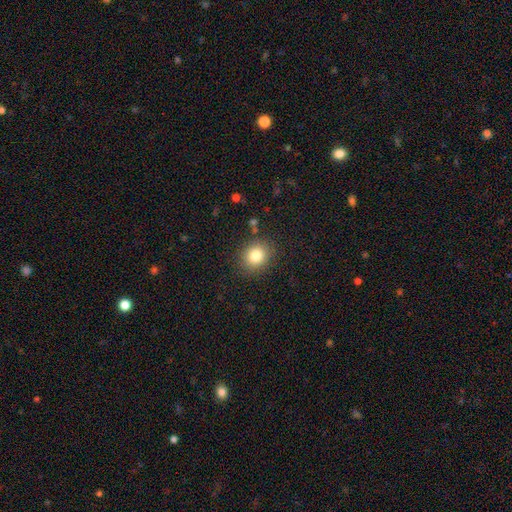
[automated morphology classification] smooth-or-featured: smooth: 81% | star or artifact: 11% | featured or disk: 8%
  how-rounded: round: 68% | in between: 31% | cigar-shaped: 1%
  merging: none: 86% | minor disturbance: 9% | major disturbance: 3% | merger: 2%